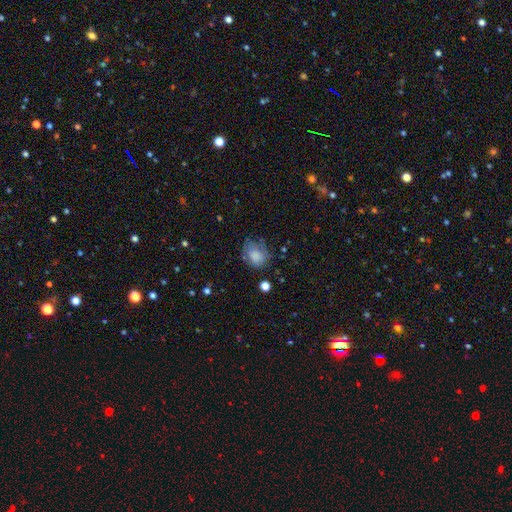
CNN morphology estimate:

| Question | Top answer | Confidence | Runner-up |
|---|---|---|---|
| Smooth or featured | smooth | 74% | featured or disk (15%) |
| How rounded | round | 50% | in between (49%) |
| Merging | none | 57% | minor disturbance (27%) |